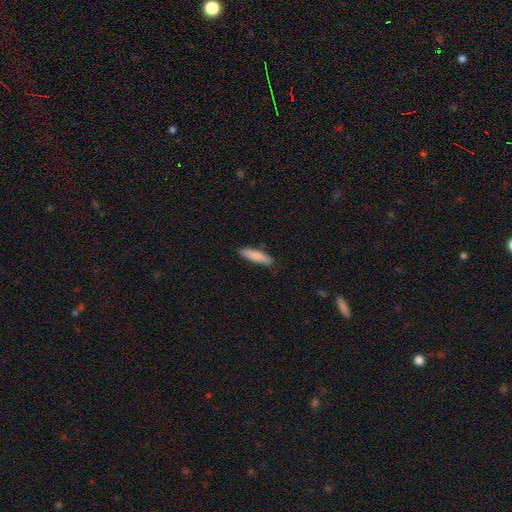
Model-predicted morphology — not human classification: Smooth or featured: smooth — 85% (featured or disk — 9%)
How rounded: cigar-shaped — 73% (in between — 25%)
Merging: none — 86% (minor disturbance — 11%)